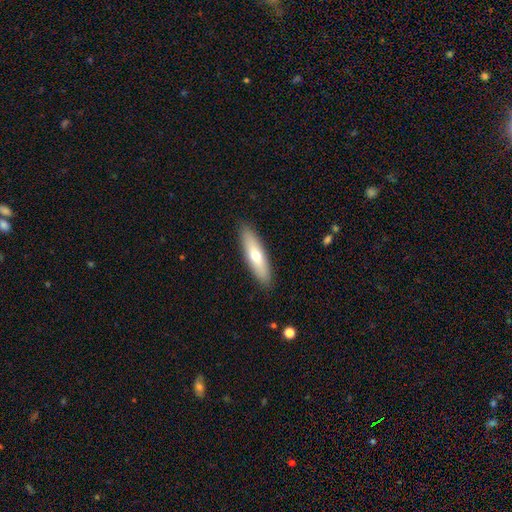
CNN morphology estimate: Smooth or featured?
  - smooth: 63% *
  - featured or disk: 32%
  - star or artifact: 6%
How rounded?
  - cigar-shaped: 65% *
  - in between: 33%
  - round: 2%
Merging?
  - none: 89% *
  - minor disturbance: 8%
  - major disturbance: 2%
  - merger: 1%